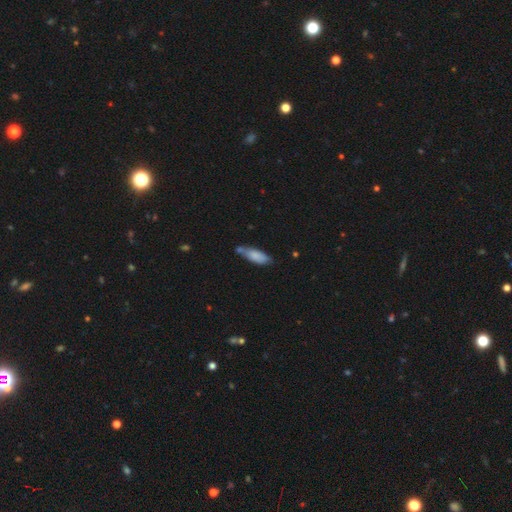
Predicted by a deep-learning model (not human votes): This appears to be a smooth galaxy with no disk features (81%) that is in between round and cigar-shaped (65%). Merging: none (56%).